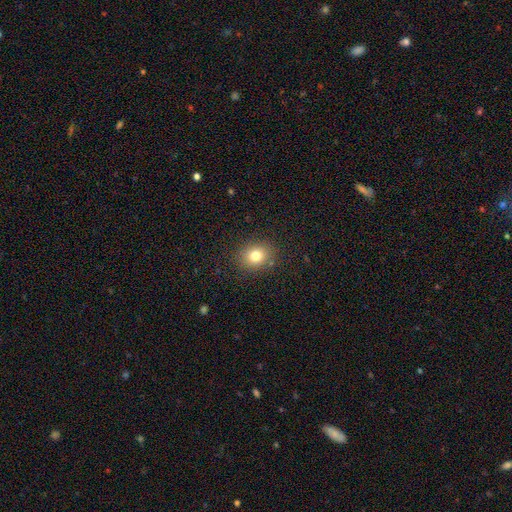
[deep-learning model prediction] smooth-or-featured: smooth: 79% | star or artifact: 13% | featured or disk: 9%
  how-rounded: round: 64% | in between: 35% | cigar-shaped: 1%
  merging: none: 87% | minor disturbance: 9% | major disturbance: 3% | merger: 1%